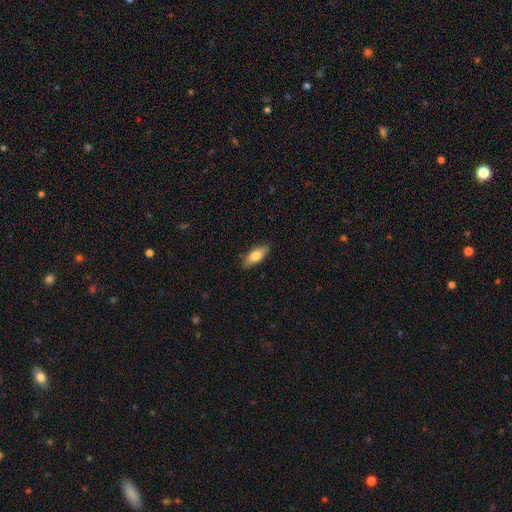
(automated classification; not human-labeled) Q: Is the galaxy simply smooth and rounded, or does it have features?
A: smooth — 75%.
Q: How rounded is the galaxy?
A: in between — 72%.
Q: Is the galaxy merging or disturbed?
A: none — 85%.